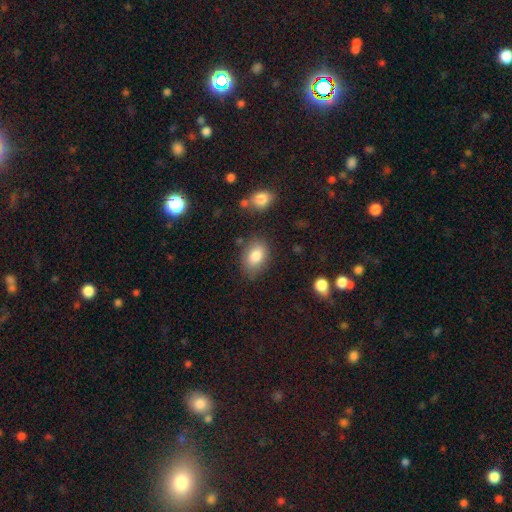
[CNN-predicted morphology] This appears to be a smooth galaxy with no disk features (83%) that is in between round and cigar-shaped (80%). Merging: none (75%).